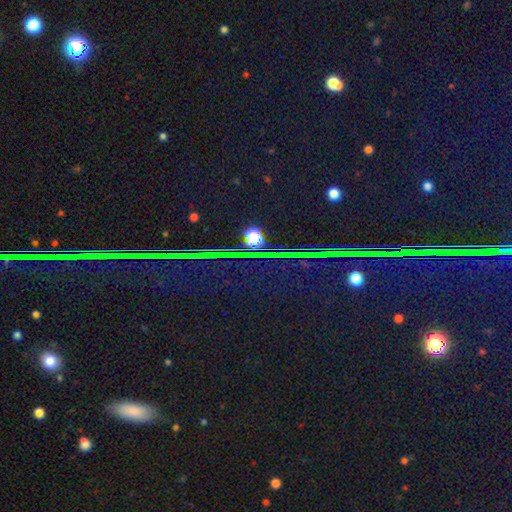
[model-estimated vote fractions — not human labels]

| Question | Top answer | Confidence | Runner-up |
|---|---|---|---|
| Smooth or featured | star or artifact | 85% | smooth (8%) |